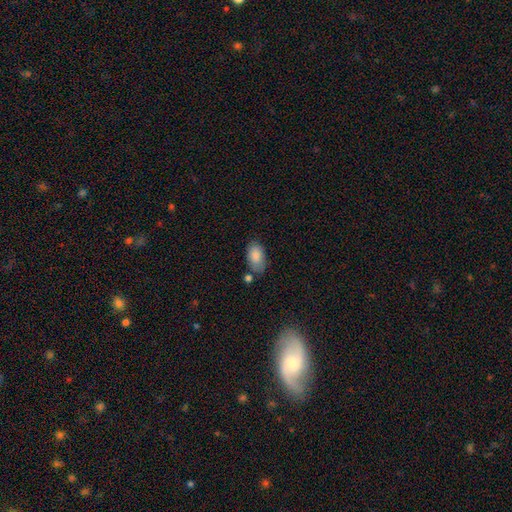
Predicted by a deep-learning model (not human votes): Smooth or featured? smooth (85%)
How rounded? in between (94%)
Merging? none (66%)